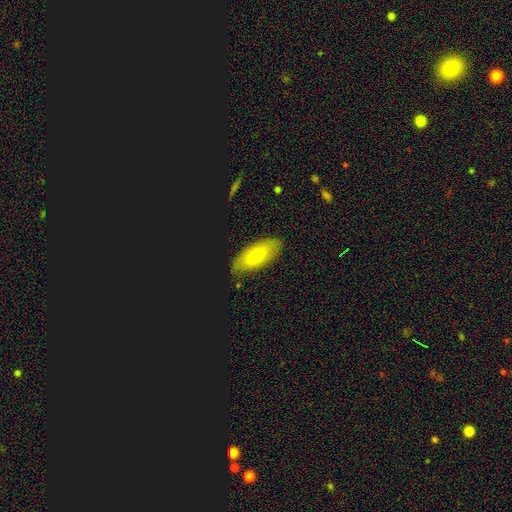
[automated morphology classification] This is likely a smooth galaxy (67%). How rounded: clearly in between (84%). Merging: clearly none (82%).